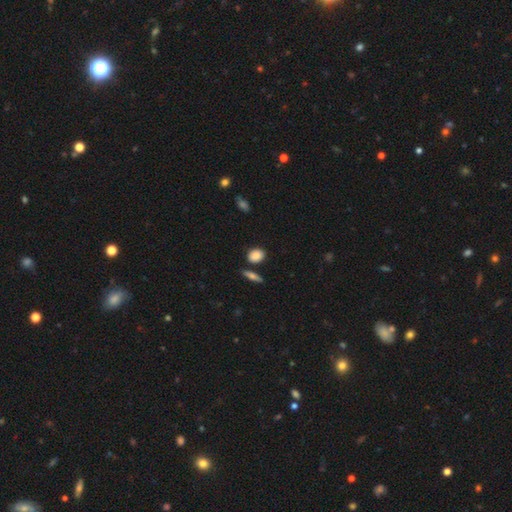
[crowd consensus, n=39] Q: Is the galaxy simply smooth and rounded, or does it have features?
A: smooth — 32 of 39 (82%).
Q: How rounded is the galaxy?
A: in between — 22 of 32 (69%).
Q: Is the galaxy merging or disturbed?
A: none — 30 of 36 (83%).